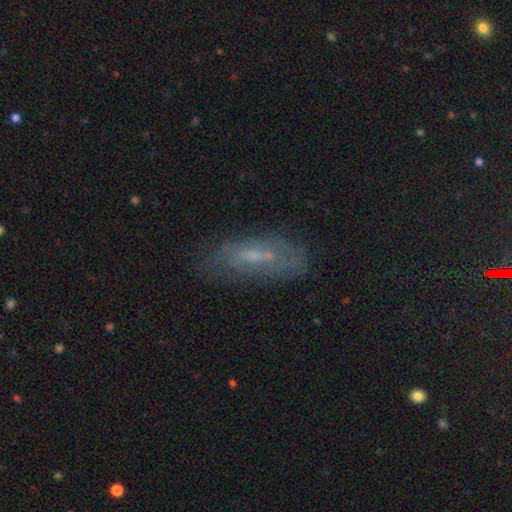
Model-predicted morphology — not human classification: type=featured or disk (46%); merging=none (67%).